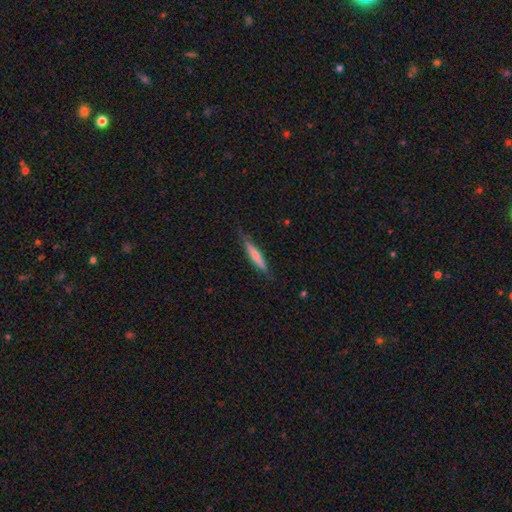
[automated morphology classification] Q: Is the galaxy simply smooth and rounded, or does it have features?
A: smooth — 65%.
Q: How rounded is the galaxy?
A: cigar-shaped — 90%.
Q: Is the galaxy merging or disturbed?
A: none — 77%.